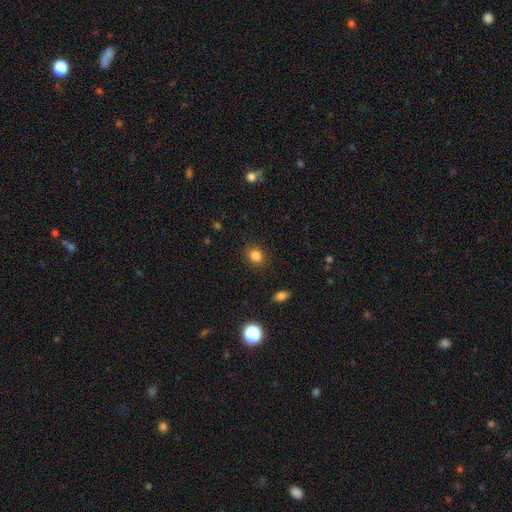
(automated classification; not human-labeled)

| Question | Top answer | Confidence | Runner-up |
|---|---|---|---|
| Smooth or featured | smooth | 84% | star or artifact (12%) |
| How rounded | round | 72% | in between (27%) |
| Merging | none | 89% | minor disturbance (7%) |